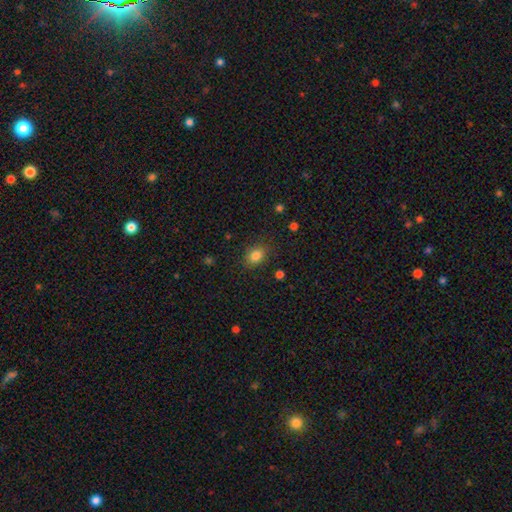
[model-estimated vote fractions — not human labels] This is clearly a smooth galaxy (83%). How rounded: likely in between (65%). Merging: clearly none (84%).